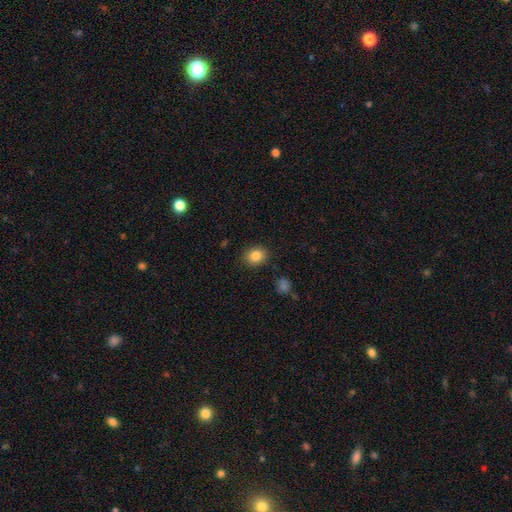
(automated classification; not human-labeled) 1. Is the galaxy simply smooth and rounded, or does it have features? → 84% smooth, 10% star or artifact, 6% featured or disk.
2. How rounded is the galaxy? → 58% round, 41% in between, 1% cigar-shaped.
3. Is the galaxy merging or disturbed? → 87% none, 9% minor disturbance, 2% major disturbance, 2% merger.